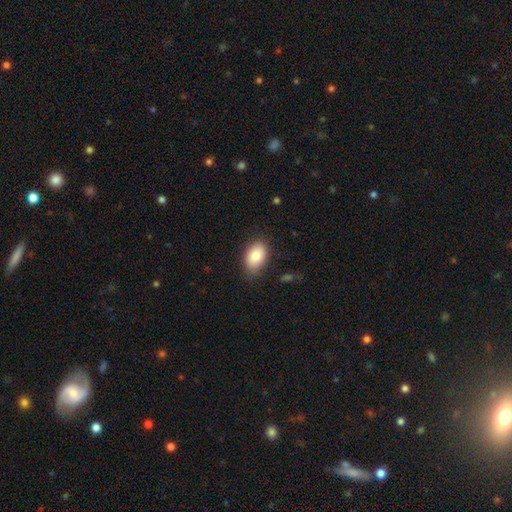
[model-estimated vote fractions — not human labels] smooth-or-featured: smooth: 84% | featured or disk: 9% | star or artifact: 7%
  how-rounded: in between: 90% | round: 9% | cigar-shaped: 1%
  merging: none: 80% | minor disturbance: 16% | major disturbance: 3% | merger: 1%